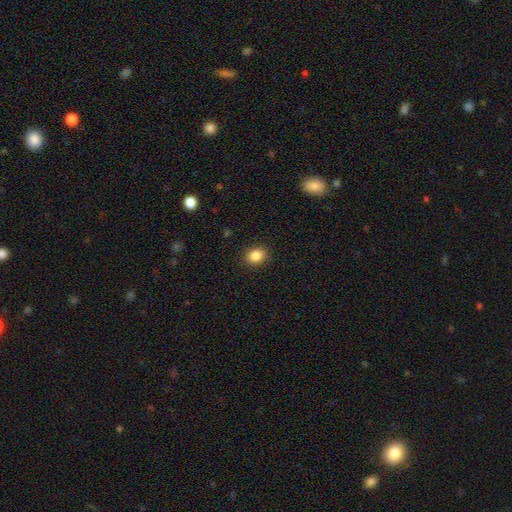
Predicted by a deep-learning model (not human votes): Morphology: type=smooth (86%); roundness=round (51%); merging=none (89%).